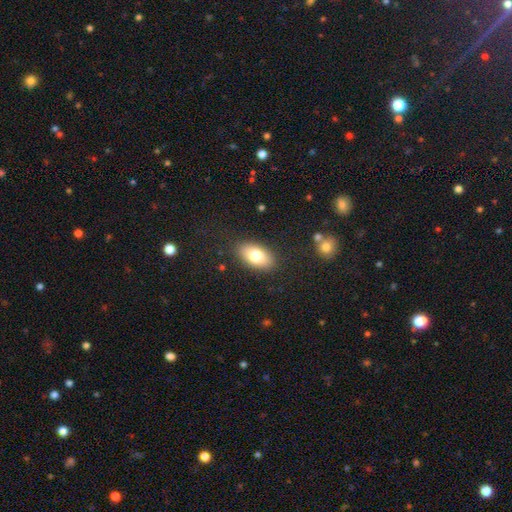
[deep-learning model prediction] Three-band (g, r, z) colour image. It shows a smooth galaxy with no disk features (76%) that is in between round and cigar-shaped (93%). Merging: none (87%).